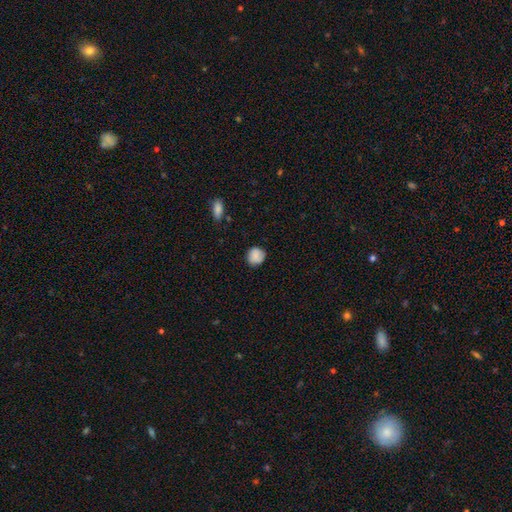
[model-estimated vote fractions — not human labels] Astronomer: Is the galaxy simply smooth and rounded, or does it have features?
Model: smooth — 82%.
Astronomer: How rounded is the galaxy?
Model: round — 87%.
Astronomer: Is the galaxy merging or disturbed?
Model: none — 79%.